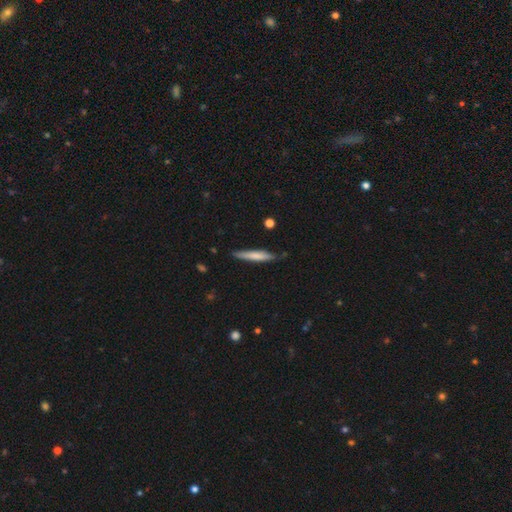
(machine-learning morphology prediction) type=smooth (66%); roundness=cigar-shaped (92%); merging=none (80%).